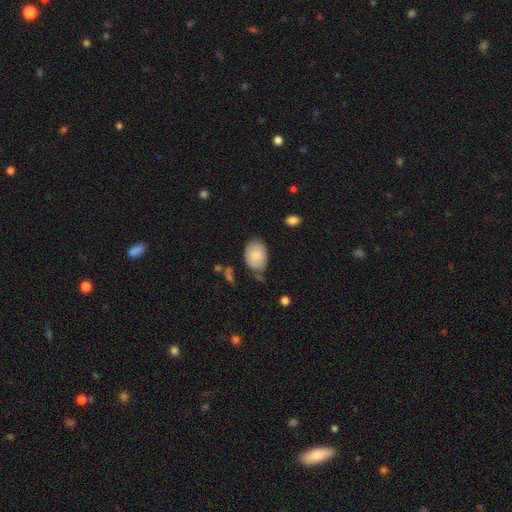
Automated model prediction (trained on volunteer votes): The model was most divided on "merging": none: 60%, minor disturbance: 30%, major disturbance: 6%, merger: 5%. More confident: how rounded — in between (82%); smooth or featured — smooth (82%).